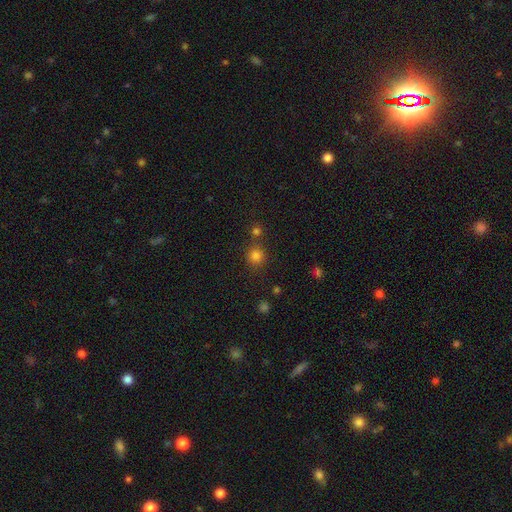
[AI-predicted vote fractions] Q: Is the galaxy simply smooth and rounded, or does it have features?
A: smooth — 80%.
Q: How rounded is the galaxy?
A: round — 89%.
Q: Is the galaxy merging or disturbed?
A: none — 72%.